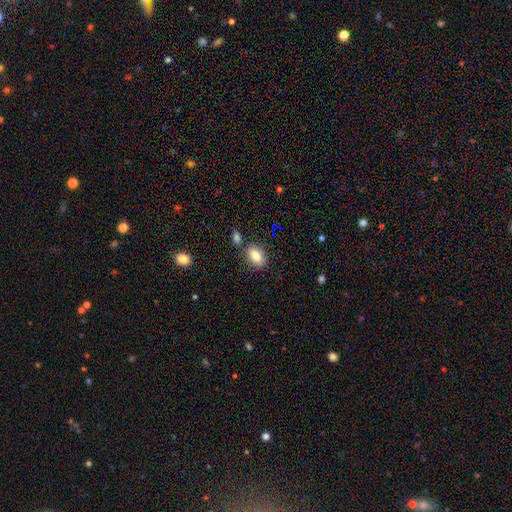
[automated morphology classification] Smooth or featured? Predicted: smooth (p=0.86). How rounded? Predicted: in between (p=0.86). Merging? Predicted: none (p=0.75).